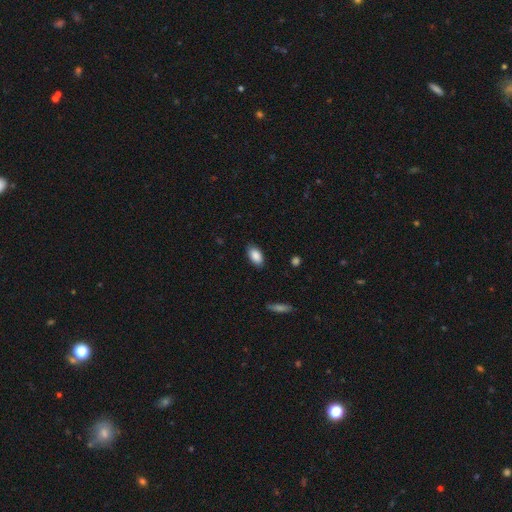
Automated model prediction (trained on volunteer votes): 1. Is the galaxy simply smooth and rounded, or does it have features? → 89% smooth, 7% star or artifact, 4% featured or disk.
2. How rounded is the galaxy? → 93% in between, 5% round, 3% cigar-shaped.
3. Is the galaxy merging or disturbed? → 85% none, 11% minor disturbance, 2% major disturbance, 1% merger.